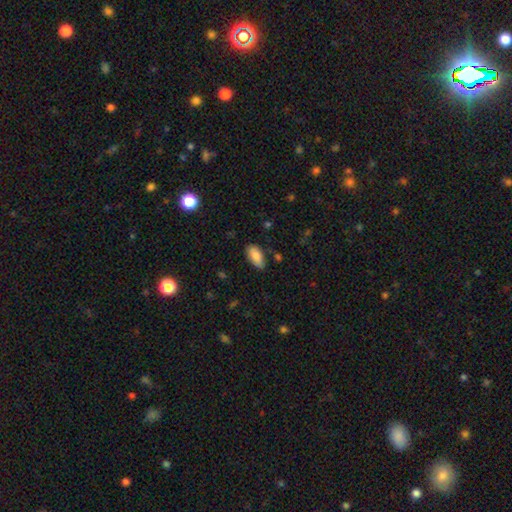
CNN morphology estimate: Overall: smooth (85%). How rounded: in between (92%). Merging: none (70%).